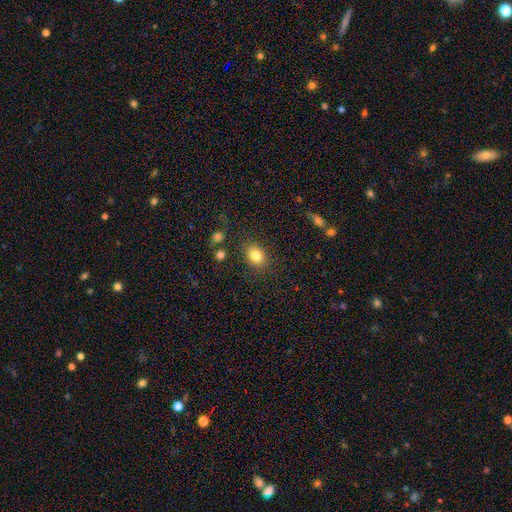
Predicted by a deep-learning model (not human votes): Morphology: type=smooth (83%); roundness=in between (68%); merging=none (83%).